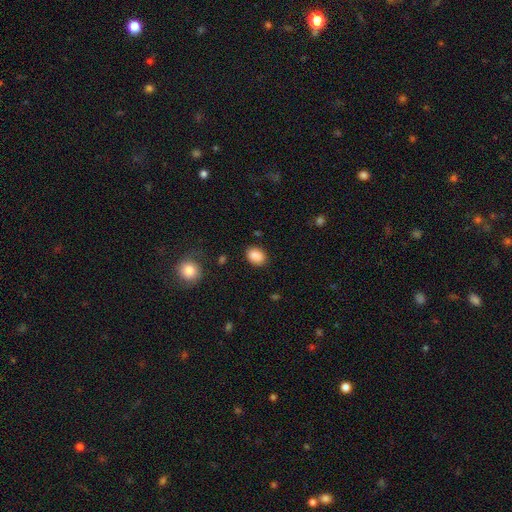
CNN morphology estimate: smooth_or_featured: smooth (p=0.88) [alt: star or artifact p=0.08]
how_rounded: in between (p=0.62) [alt: round p=0.37]
merging: none (p=0.85) [alt: minor disturbance p=0.11]